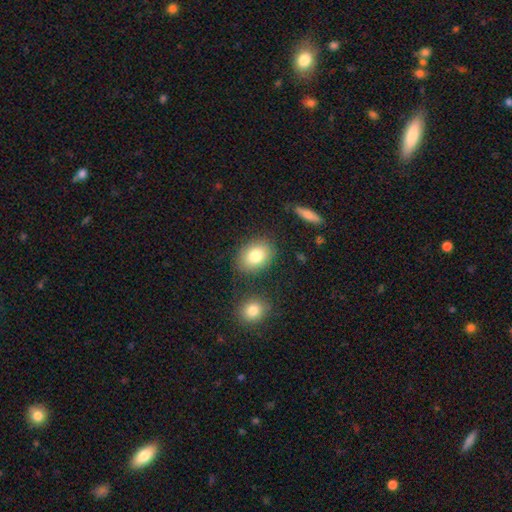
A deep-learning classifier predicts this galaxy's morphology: Smooth or featured? smooth (81%)
How rounded? in between (65%)
Merging? none (81%)